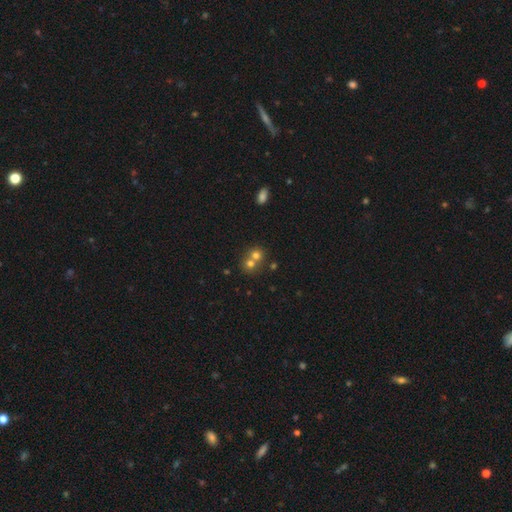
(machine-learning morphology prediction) smooth_or_featured: smooth (p=0.70) [alt: featured or disk p=0.15]
how_rounded: round (p=0.82) [alt: in between p=0.17]
merging: merger (p=0.57) [alt: none p=0.36]